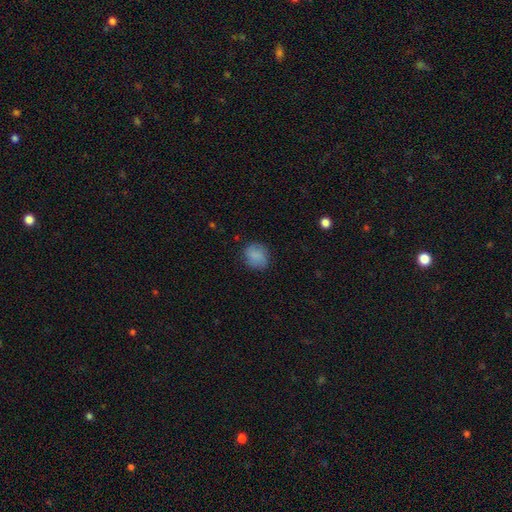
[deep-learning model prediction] smooth-or-featured: smooth: 81% | featured or disk: 10% | star or artifact: 8%
  how-rounded: round: 69% | in between: 30% | cigar-shaped: 1%
  merging: none: 77% | minor disturbance: 17% | major disturbance: 5% | merger: 1%